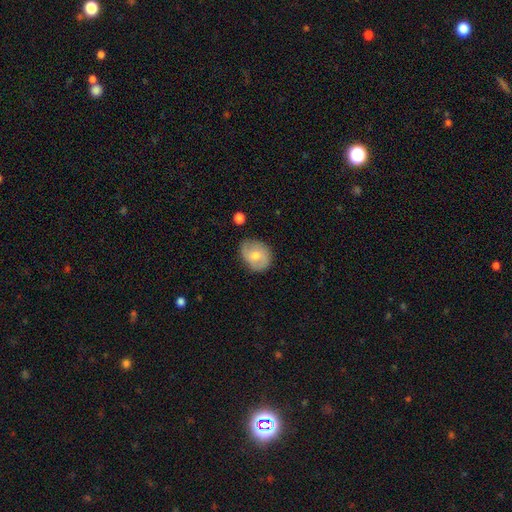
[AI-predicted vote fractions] A smooth galaxy with no disk features (55%) that is round (56%).

Vote fractions:
- Smooth or featured? smooth: 55% / featured or disk: 37% / star or artifact: 7%
- How rounded? round: 56% / in between: 43% / cigar-shaped: 1%
- Merging? none: 71% / minor disturbance: 22% / major disturbance: 5% / merger: 2%